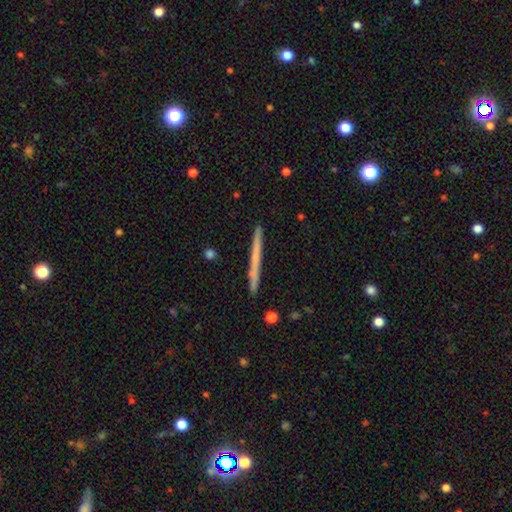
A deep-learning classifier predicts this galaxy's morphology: type=smooth (51%); roundness=cigar-shaped (97%); merging=none (92%).